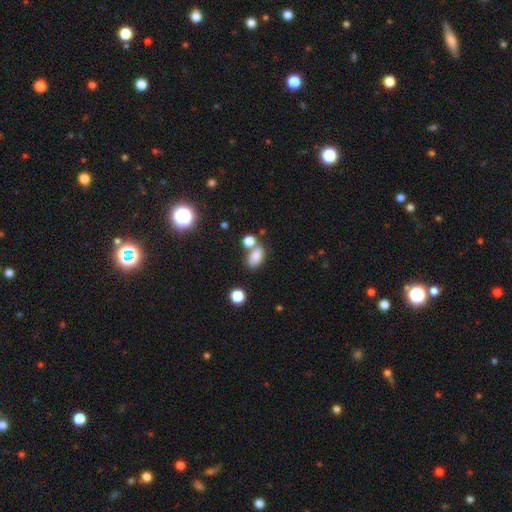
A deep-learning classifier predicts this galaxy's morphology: The model was most divided on "merging": none: 52%, merger: 28%, minor disturbance: 14%, major disturbance: 6%. More confident: how rounded — in between (87%); smooth or featured — smooth (81%).